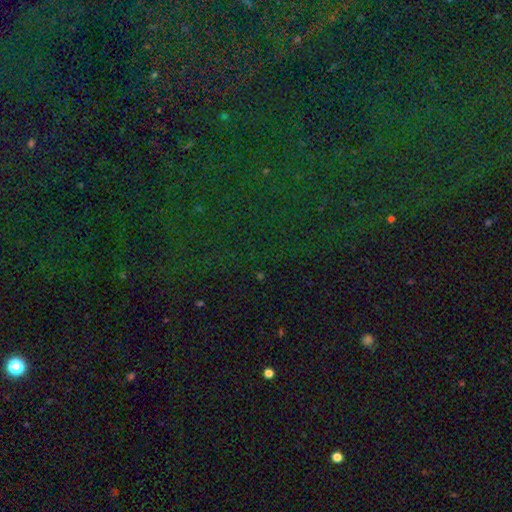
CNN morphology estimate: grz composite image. It shows a star or artifact, not a galaxy (83%).